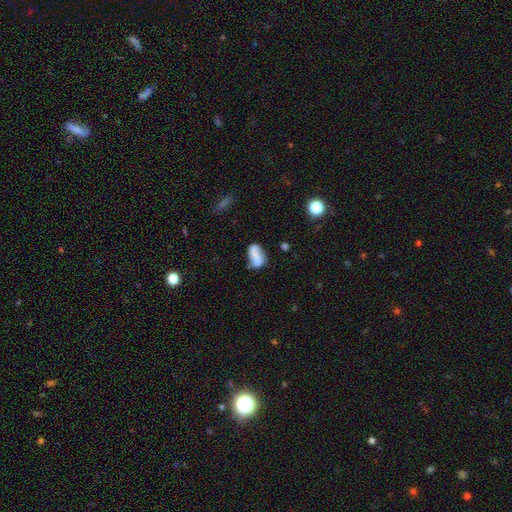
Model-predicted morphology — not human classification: The model was most divided on "smooth or featured": smooth: 53%, featured or disk: 38%, star or artifact: 9%. More confident: how rounded — in between (88%); merging — none (56%).